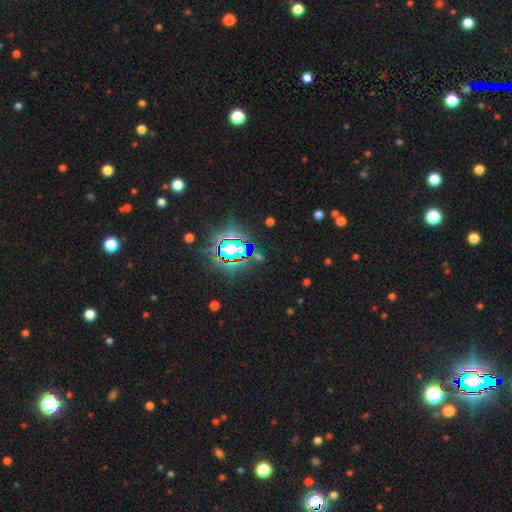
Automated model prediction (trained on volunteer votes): smooth_or_featured: star or artifact (p=0.79) [alt: smooth p=0.12]